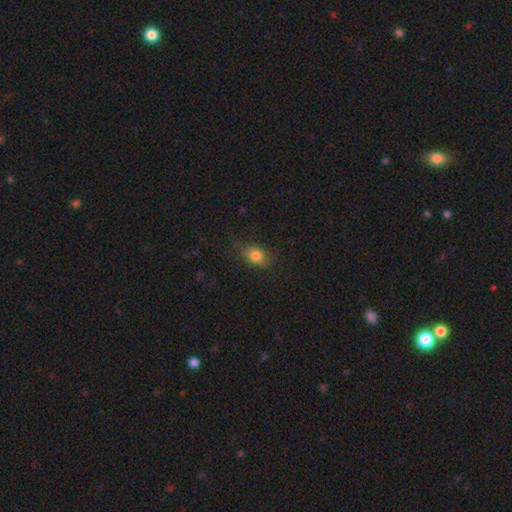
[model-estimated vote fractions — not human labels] Smooth or featured?
  - smooth: 81% *
  - star or artifact: 11%
  - featured or disk: 9%
How rounded?
  - in between: 65% *
  - round: 32%
  - cigar-shaped: 3%
Merging?
  - none: 73% *
  - minor disturbance: 20%
  - major disturbance: 6%
  - merger: 1%